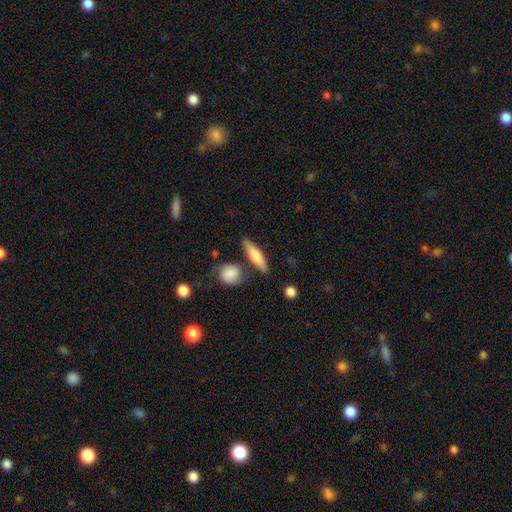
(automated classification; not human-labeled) smooth 67%, featured or disk 27%, star or artifact 6%. Down the decision tree: how rounded — cigar-shaped (66%); merging — none (77%).